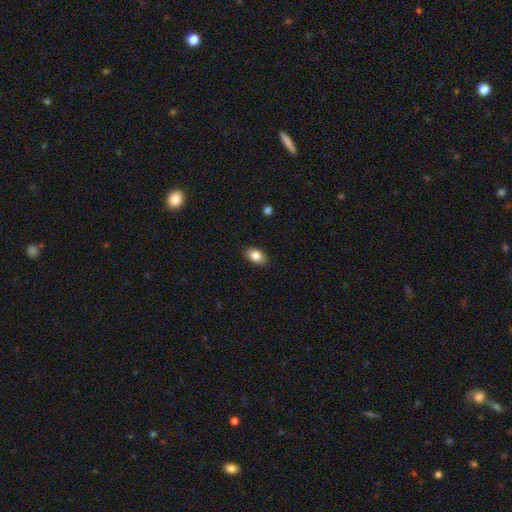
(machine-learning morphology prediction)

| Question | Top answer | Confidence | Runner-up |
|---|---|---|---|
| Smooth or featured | smooth | 84% | featured or disk (8%) |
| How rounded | in between | 89% | round (9%) |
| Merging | none | 88% | minor disturbance (9%) |